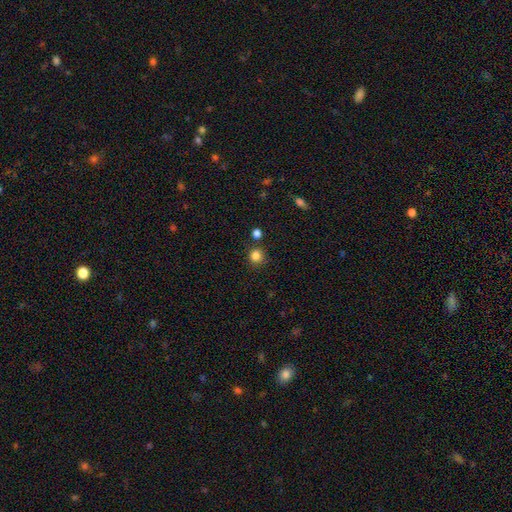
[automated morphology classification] A smooth galaxy with no disk features (84%) that is round (92%).

Vote fractions:
- Smooth or featured? smooth: 84% / star or artifact: 12% / featured or disk: 4%
- How rounded? round: 92% / in between: 7% / cigar-shaped: 1%
- Merging? none: 84% / minor disturbance: 8% / merger: 5% / major disturbance: 2%